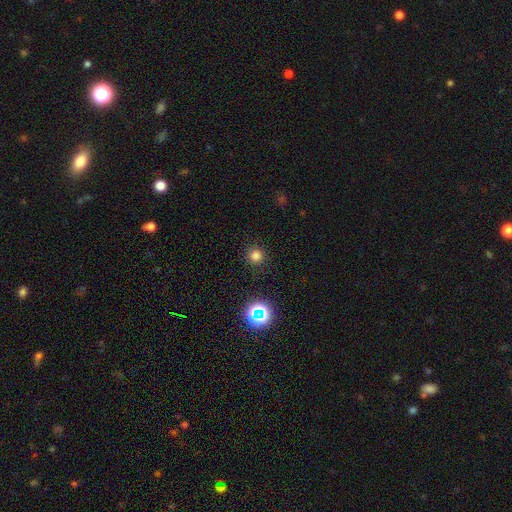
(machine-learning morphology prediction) Q: Smooth or featured?
A: smooth (75%); runner-up: star or artifact (20%)
Q: How rounded?
A: round (95%); runner-up: in between (4%)
Q: Merging?
A: none (90%); runner-up: minor disturbance (6%)